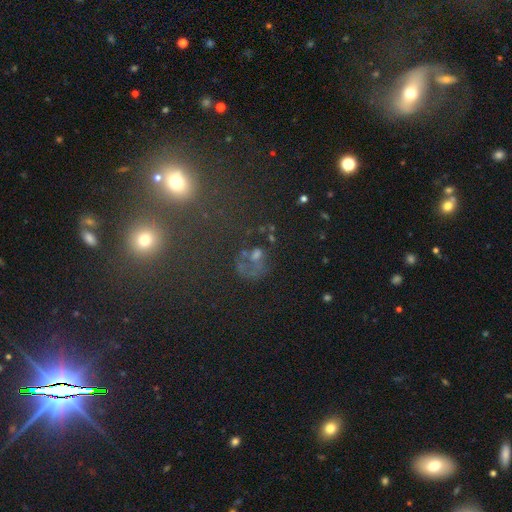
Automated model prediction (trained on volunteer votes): Overall: star or artifact (51%; smooth 29%).